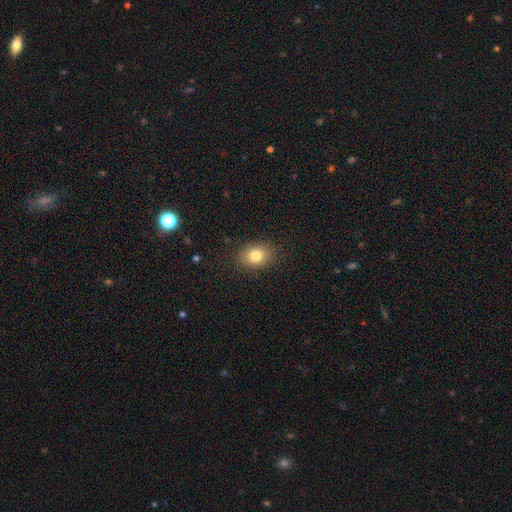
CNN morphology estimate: The model was most divided on "how rounded": in between: 65%, round: 34%, cigar-shaped: 1%. More confident: merging — none (87%); smooth or featured — smooth (80%).